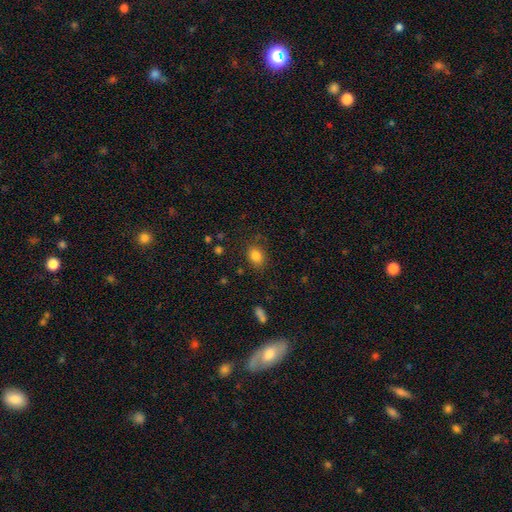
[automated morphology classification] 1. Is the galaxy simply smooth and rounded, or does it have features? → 84% smooth, 10% star or artifact, 6% featured or disk.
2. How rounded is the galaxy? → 68% in between, 31% round, 1% cigar-shaped.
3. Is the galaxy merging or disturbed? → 80% none, 14% minor disturbance, 5% major disturbance, 2% merger.